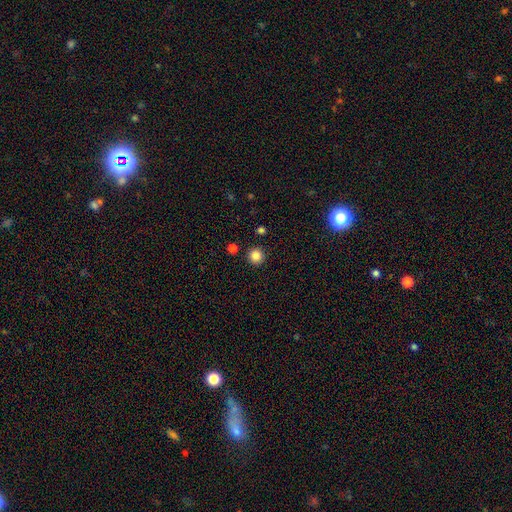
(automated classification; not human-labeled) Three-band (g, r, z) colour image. It shows a smooth galaxy with no disk features (84%) that is round (95%). Merging: none (92%).